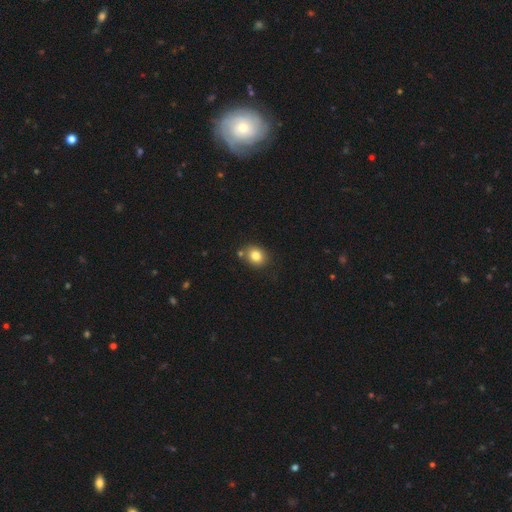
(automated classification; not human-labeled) smooth 82%, star or artifact 10%, featured or disk 8%. Down the decision tree: how rounded — round (52%); merging — none (75%).